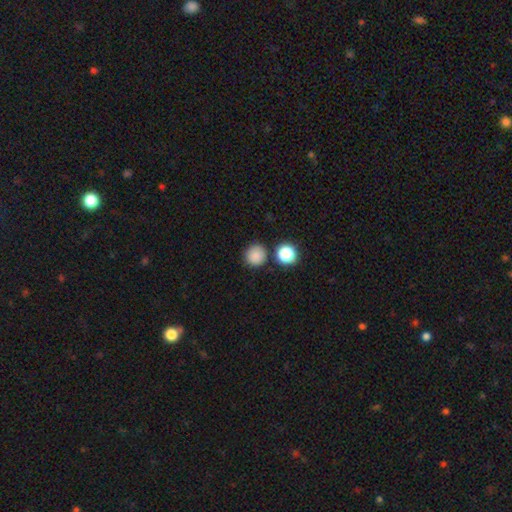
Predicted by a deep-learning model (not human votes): smooth 84%, star or artifact 12%, featured or disk 4%. Down the decision tree: how rounded — round (92%); merging — none (81%).